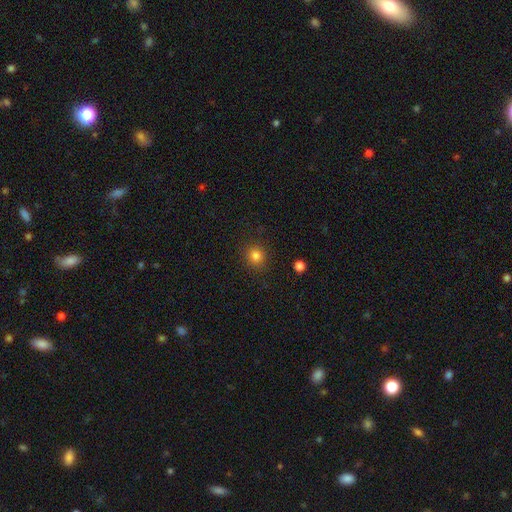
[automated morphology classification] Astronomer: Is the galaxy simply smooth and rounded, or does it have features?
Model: smooth — 82%.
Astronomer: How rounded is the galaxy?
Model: round — 88%.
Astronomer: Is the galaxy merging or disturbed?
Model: none — 88%.